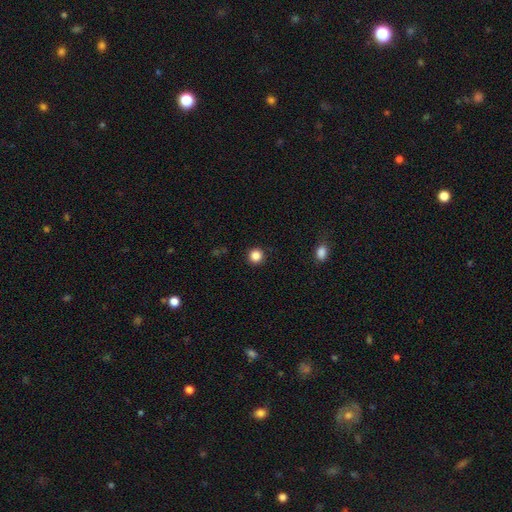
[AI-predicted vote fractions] Smooth or featured?
  - smooth: 85% *
  - star or artifact: 11%
  - featured or disk: 3%
How rounded?
  - round: 94% *
  - in between: 5%
  - cigar-shaped: 1%
Merging?
  - none: 92% *
  - minor disturbance: 5%
  - major disturbance: 2%
  - merger: 1%